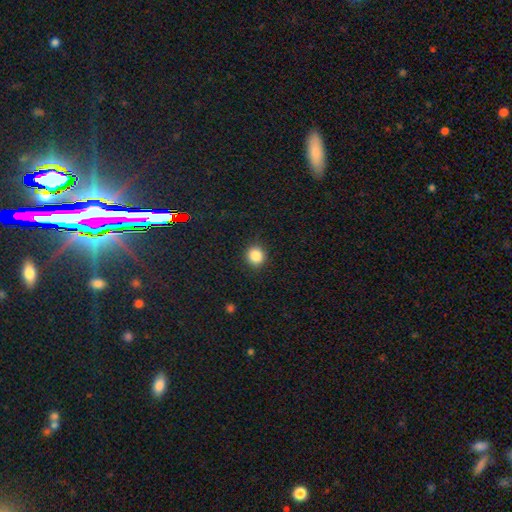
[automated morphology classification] Overall: smooth (86%). How rounded: round (89%). Merging: none (91%).